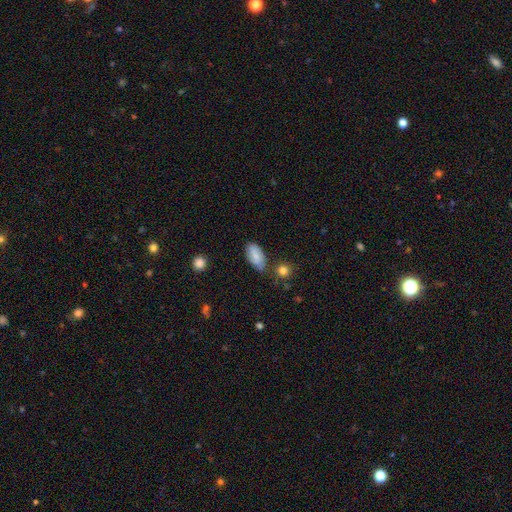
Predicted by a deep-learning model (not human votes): Q: Smooth or featured?
A: smooth (73%); runner-up: featured or disk (20%)
Q: How rounded?
A: in between (92%); runner-up: cigar-shaped (4%)
Q: Merging?
A: none (70%); runner-up: minor disturbance (21%)